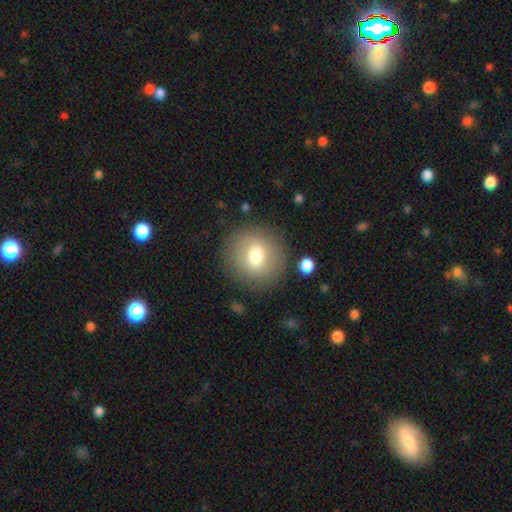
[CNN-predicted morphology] smooth_or_featured: smooth (p=0.71) [alt: featured or disk p=0.20]
how_rounded: round (p=0.88) [alt: in between p=0.11]
merging: none (p=0.85) [alt: minor disturbance p=0.09]